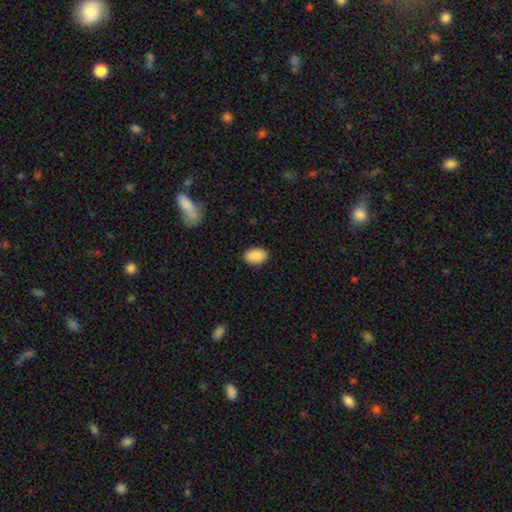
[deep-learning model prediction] Smooth or featured?
  - smooth: 90% *
  - star or artifact: 7%
  - featured or disk: 3%
How rounded?
  - in between: 85% *
  - round: 14%
  - cigar-shaped: 1%
Merging?
  - none: 89% *
  - minor disturbance: 8%
  - major disturbance: 2%
  - merger: 1%